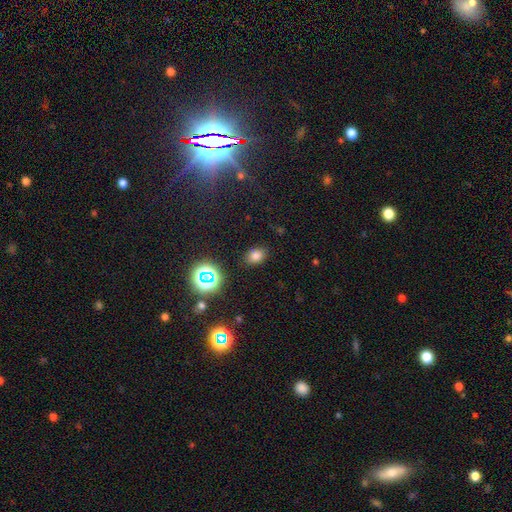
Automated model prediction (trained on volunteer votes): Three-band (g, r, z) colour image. It shows a smooth galaxy with no disk features (73%) that is in between round and cigar-shaped (68%). Merging: none (85%).